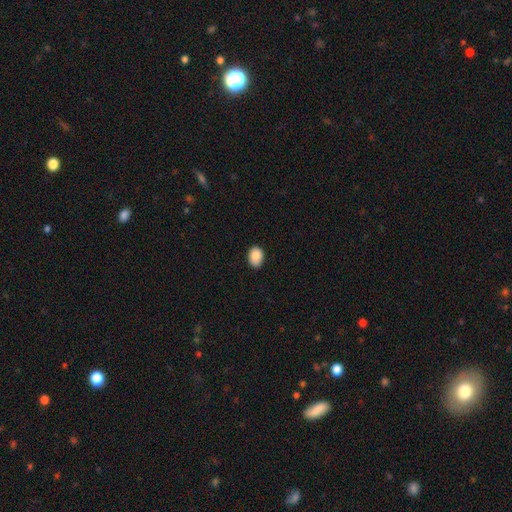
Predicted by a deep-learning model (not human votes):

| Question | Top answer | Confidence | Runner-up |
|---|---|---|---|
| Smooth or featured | smooth | 88% | star or artifact (8%) |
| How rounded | in between | 70% | round (29%) |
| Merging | none | 81% | minor disturbance (16%) |